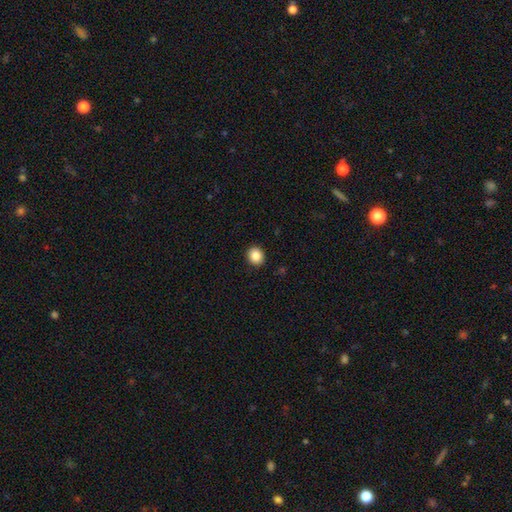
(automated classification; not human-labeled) Smooth or featured?
  - smooth: 86% *
  - star or artifact: 9%
  - featured or disk: 5%
How rounded?
  - round: 77% *
  - in between: 22%
  - cigar-shaped: 1%
Merging?
  - none: 92% *
  - minor disturbance: 5%
  - major disturbance: 2%
  - merger: 1%